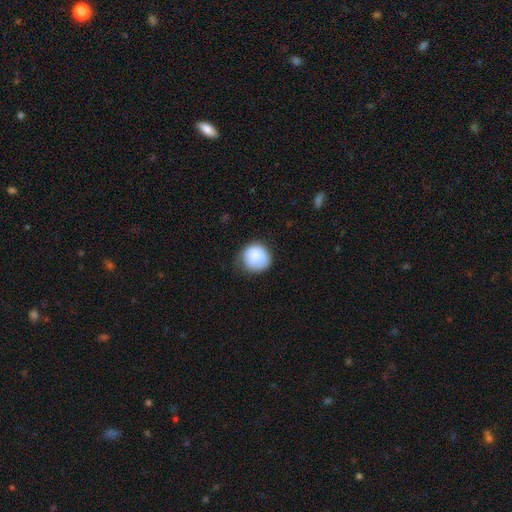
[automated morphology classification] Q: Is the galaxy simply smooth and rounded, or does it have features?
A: smooth — 81%.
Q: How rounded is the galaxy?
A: round — 86%.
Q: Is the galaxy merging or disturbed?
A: none — 61%.